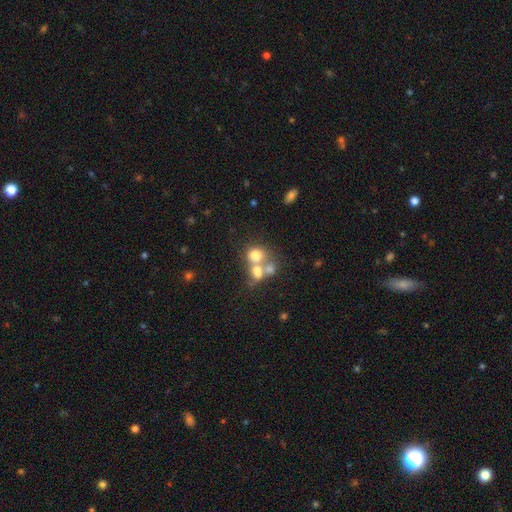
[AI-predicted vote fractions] smooth-or-featured: smooth: 65% | featured or disk: 21% | star or artifact: 14%
  how-rounded: round: 70% | in between: 28% | cigar-shaped: 1%
  merging: merger: 56% | none: 31% | minor disturbance: 7% | major disturbance: 6%